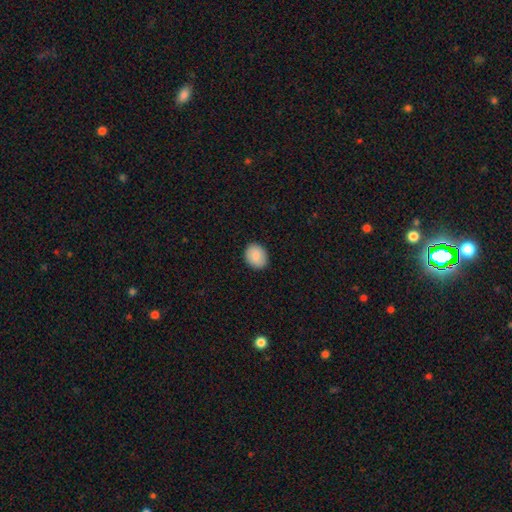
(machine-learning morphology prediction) smooth-or-featured: smooth: 86% | star or artifact: 7% | featured or disk: 7%
  how-rounded: round: 58% | in between: 42% | cigar-shaped: 1%
  merging: none: 90% | minor disturbance: 8% | major disturbance: 2% | merger: 1%